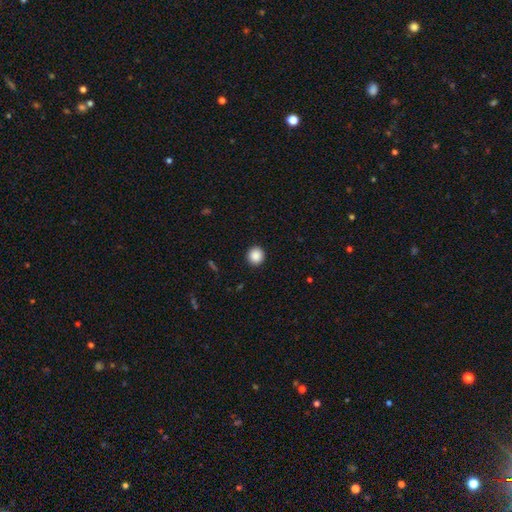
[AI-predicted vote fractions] Smooth or featured? smooth (88%)
How rounded? round (93%)
Merging? none (93%)